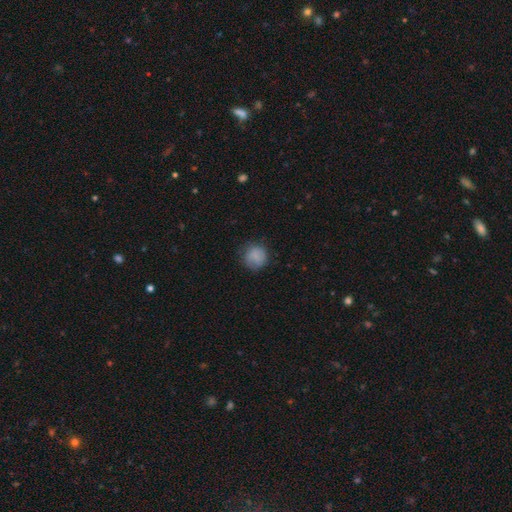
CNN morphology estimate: Smooth or featured?
  - smooth: 83% *
  - star or artifact: 9%
  - featured or disk: 8%
How rounded?
  - round: 89% *
  - in between: 10%
  - cigar-shaped: 1%
Merging?
  - none: 75% *
  - minor disturbance: 18%
  - major disturbance: 6%
  - merger: 1%